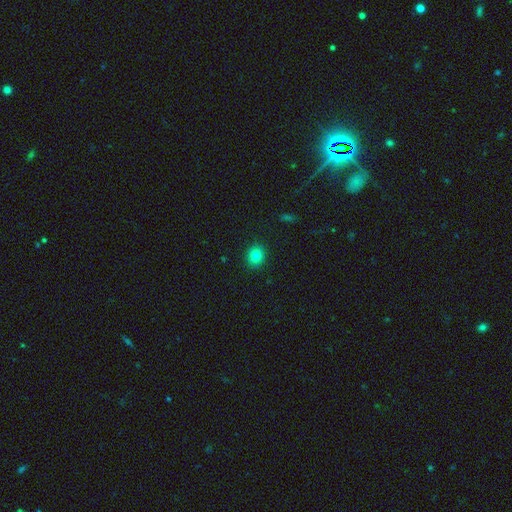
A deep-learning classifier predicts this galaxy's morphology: smooth_or_featured: smooth (p=0.82) [alt: star or artifact p=0.12]
how_rounded: round (p=0.70) [alt: in between p=0.29]
merging: none (p=0.91) [alt: minor disturbance p=0.06]